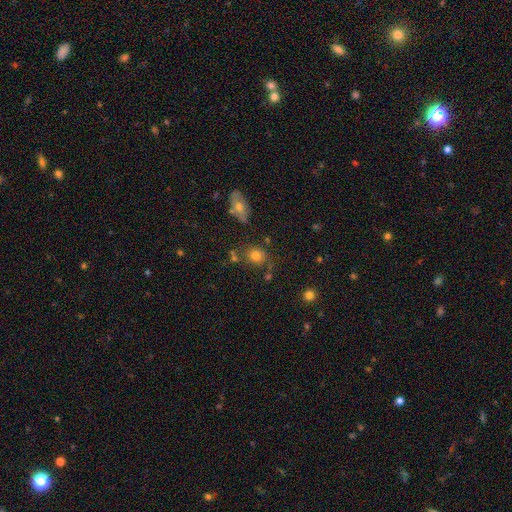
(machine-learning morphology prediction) This appears to be a smooth galaxy with no disk features (77%) that is round (70%). Merging: none (72%).